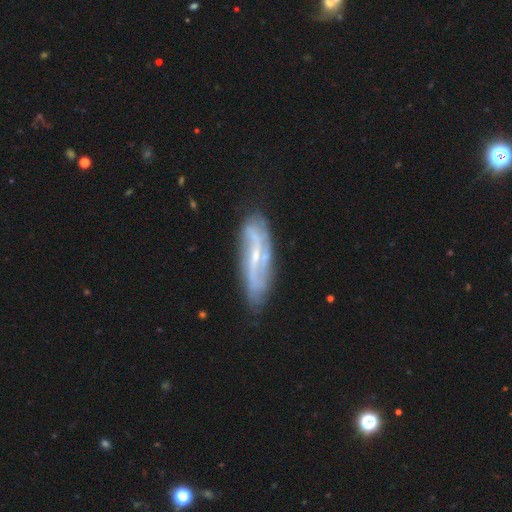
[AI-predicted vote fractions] Smooth or featured: featured or disk — 80% (smooth — 14%)
Edge-on disk: no — 81% (yes — 19%)
Bar: weak — 42% (strong — 32%)
Spiral arms: yes — 88% (no — 12%)
Spiral winding: loose — 53% (medium — 30%)
Spiral arm count: 2 — 72% (can't tell — 16%)
Bulge size: small — 72% (moderate — 20%)
Merging: none — 71% (minor disturbance — 20%)